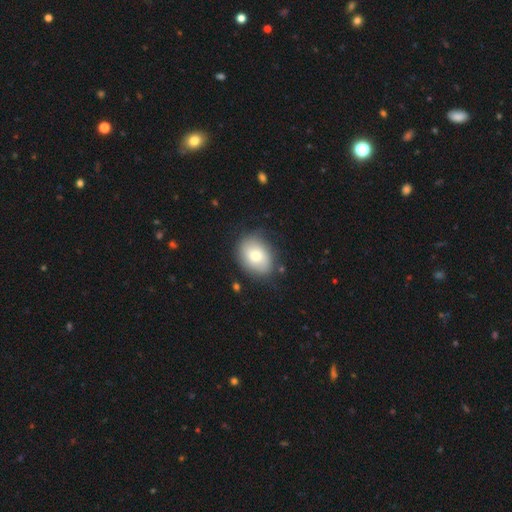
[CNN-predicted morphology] Smooth or featured: smooth — 74% (featured or disk — 19%)
How rounded: in between — 65% (round — 34%)
Merging: none — 79% (minor disturbance — 15%)